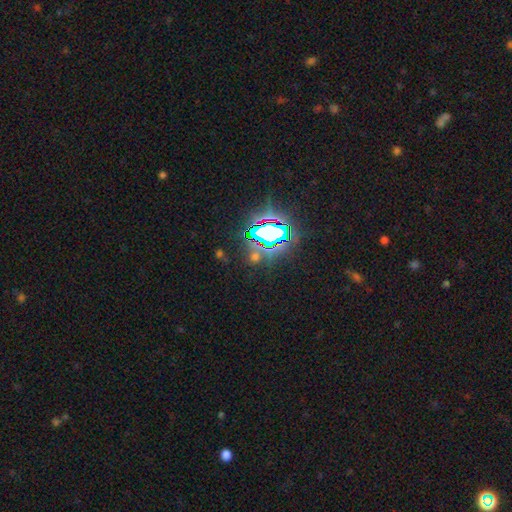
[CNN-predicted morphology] Q: Smooth or featured?
A: star or artifact (66%); runner-up: smooth (24%)